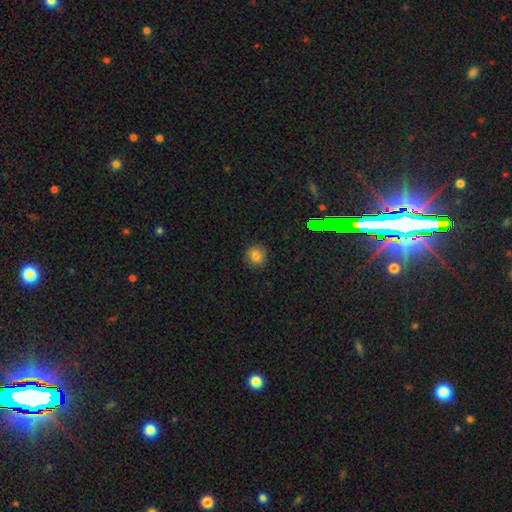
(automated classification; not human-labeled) This appears to be a smooth galaxy with no disk features (77%) that is round (91%). Merging: none (88%).